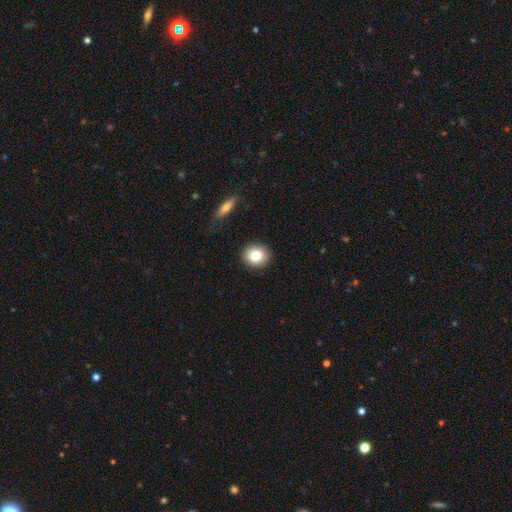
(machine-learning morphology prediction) Smooth or featured?
  - smooth: 80% *
  - featured or disk: 11%
  - star or artifact: 10%
How rounded?
  - round: 81% *
  - in between: 18%
  - cigar-shaped: 1%
Merging?
  - none: 91% *
  - minor disturbance: 6%
  - major disturbance: 2%
  - merger: 1%